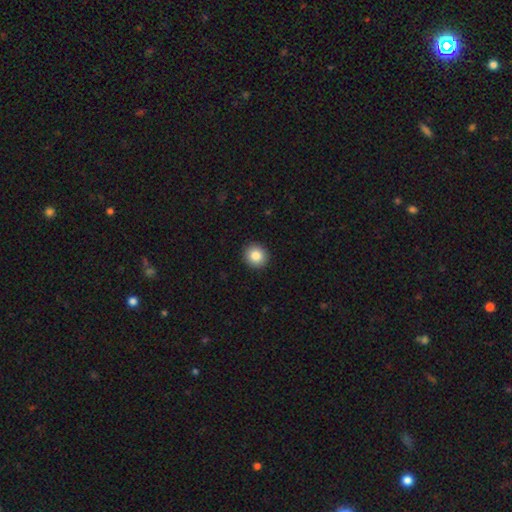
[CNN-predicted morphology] type=smooth (85%); roundness=round (90%); merging=none (93%).